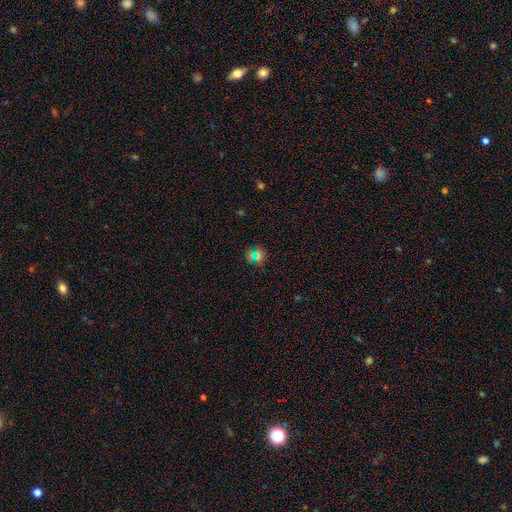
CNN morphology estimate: The model was most divided on "smooth or featured": smooth: 57%, star or artifact: 33%, featured or disk: 10%. More confident: how rounded — round (86%); merging — none (81%).